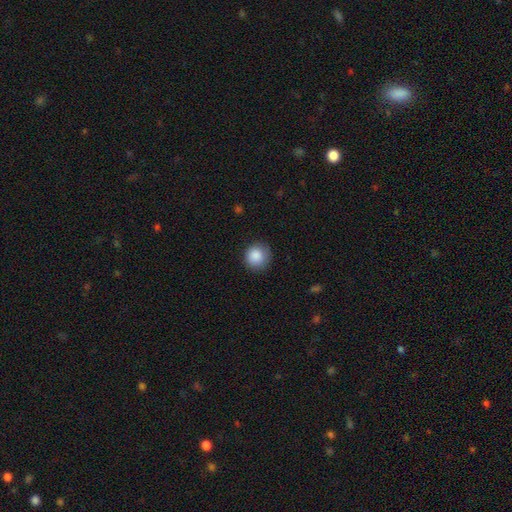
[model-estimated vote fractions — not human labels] smooth 88%, star or artifact 8%, featured or disk 4%. Down the decision tree: how rounded — round (91%); merging — none (82%).